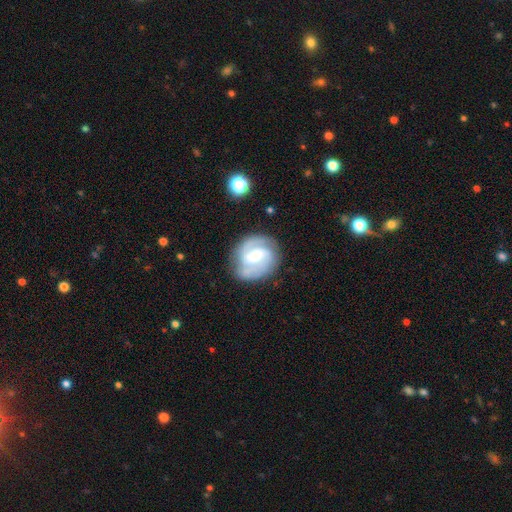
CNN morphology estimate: A featured or disk galaxy (83%) with a weak bar (51%), 2 (76%) medium (47%) spiral arms (96%) and a small central bulge (49%). Merging: none (79%).